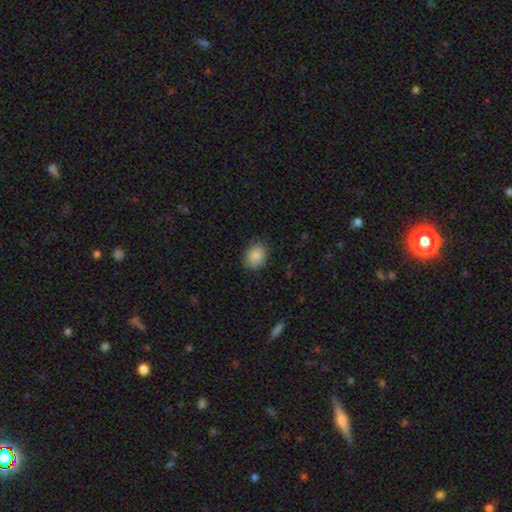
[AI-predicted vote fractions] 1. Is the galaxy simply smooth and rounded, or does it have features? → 89% smooth, 8% star or artifact, 4% featured or disk.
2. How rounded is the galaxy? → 56% in between, 43% round, 1% cigar-shaped.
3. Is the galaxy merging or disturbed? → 85% none, 11% minor disturbance, 3% major disturbance, 1% merger.